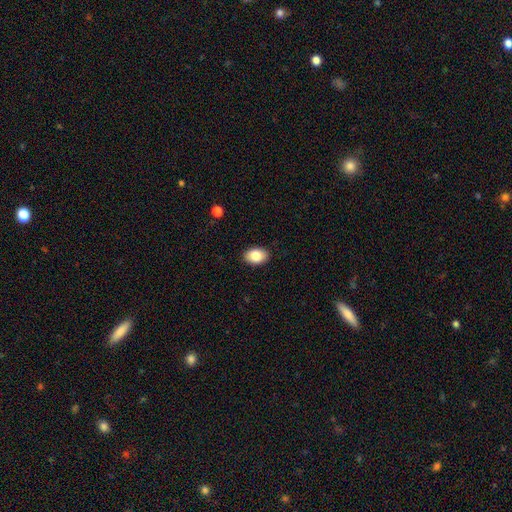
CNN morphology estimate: smooth-or-featured: smooth: 85% | star or artifact: 8% | featured or disk: 7%
  how-rounded: in between: 83% | round: 16% | cigar-shaped: 1%
  merging: none: 90% | minor disturbance: 8% | major disturbance: 2% | merger: 1%